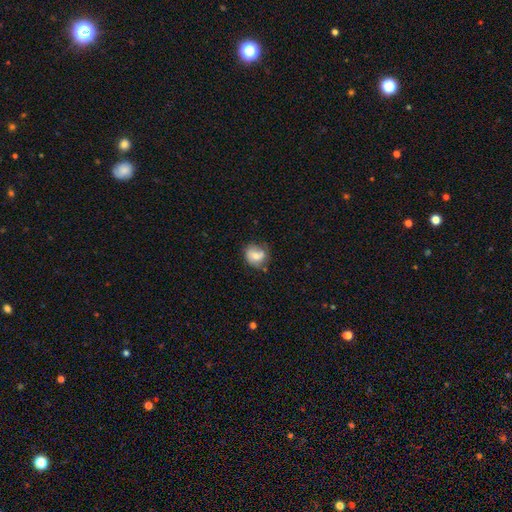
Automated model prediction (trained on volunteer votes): Smooth or featured?
  - smooth: 60% *
  - featured or disk: 31%
  - star or artifact: 9%
How rounded?
  - round: 67% *
  - in between: 32%
  - cigar-shaped: 1%
Merging?
  - none: 58% *
  - minor disturbance: 27%
  - major disturbance: 9%
  - merger: 6%